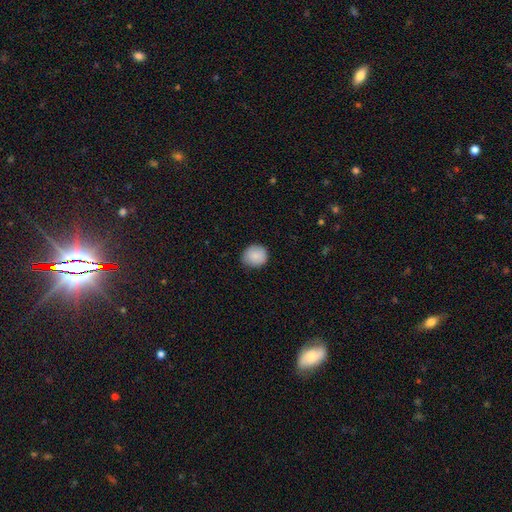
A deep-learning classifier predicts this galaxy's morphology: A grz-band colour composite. It shows a smooth galaxy with no disk features (87%) that is round (84%). Merging: none (84%).